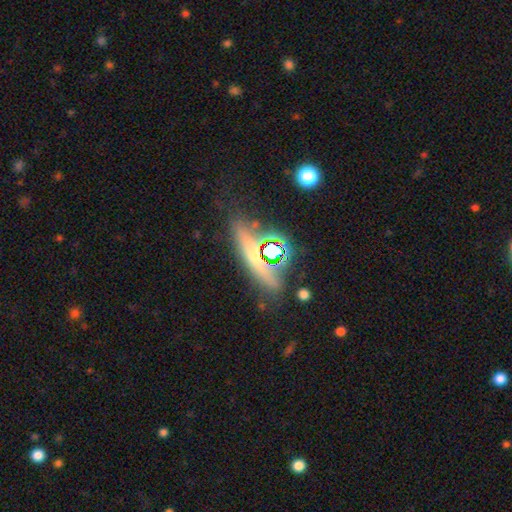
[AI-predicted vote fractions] Smooth or featured? Predicted: smooth (p=0.38). Merging? Predicted: none (p=0.73).